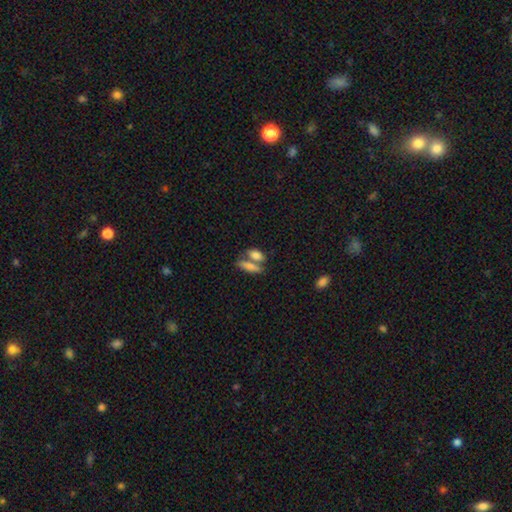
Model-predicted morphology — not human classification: Smooth or featured?
  - smooth: 77% *
  - featured or disk: 15%
  - star or artifact: 8%
How rounded?
  - in between: 75% *
  - cigar-shaped: 19%
  - round: 6%
Merging?
  - merger: 49% *
  - none: 38%
  - minor disturbance: 9%
  - major disturbance: 4%